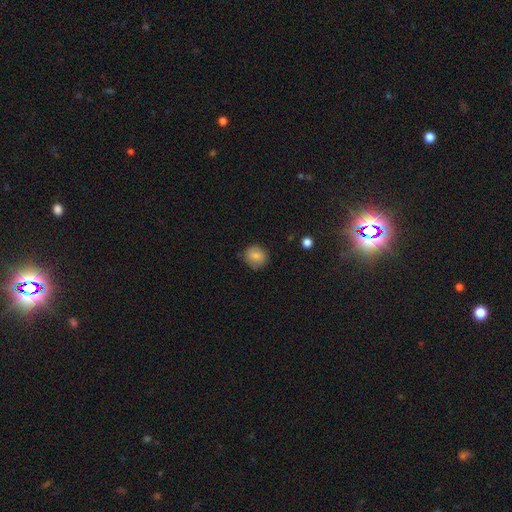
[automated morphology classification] This appears to be a smooth galaxy with no disk features (79%) that is round (82%). Merging: none (80%).